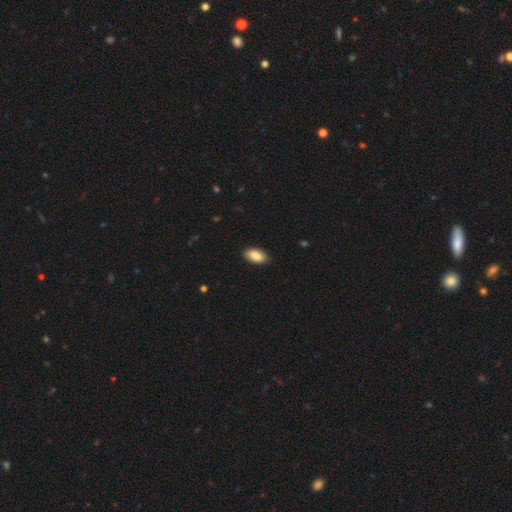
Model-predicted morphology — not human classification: The model was most divided on "merging": none: 86%, minor disturbance: 11%, major disturbance: 2%, merger: 1%. More confident: how rounded — in between (93%); smooth or featured — smooth (86%).